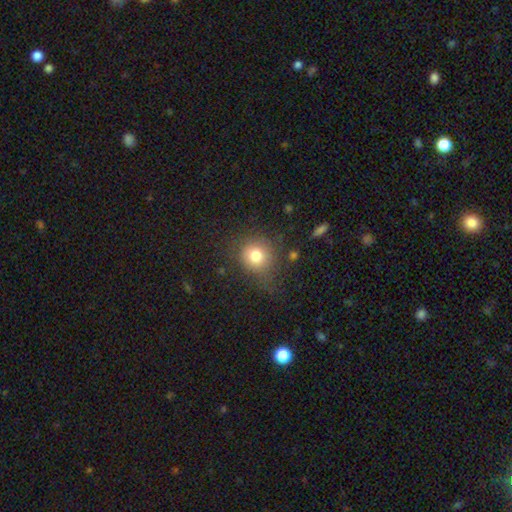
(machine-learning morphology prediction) This is likely a smooth galaxy (79%). How rounded: clearly round (86%). Merging: likely none (73%).